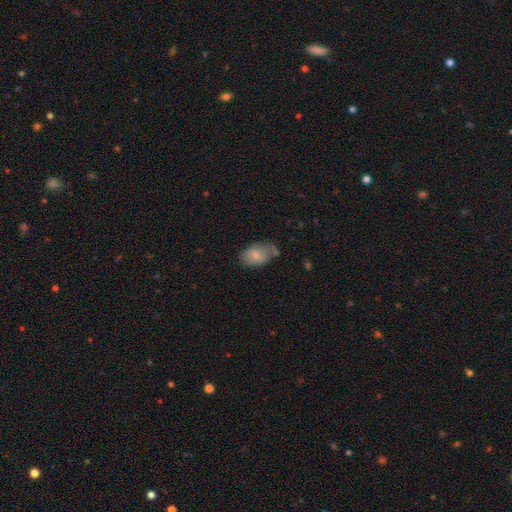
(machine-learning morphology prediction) This is likely a smooth galaxy (77%). How rounded: clearly in between (88%). Merging: possibly none (56%).